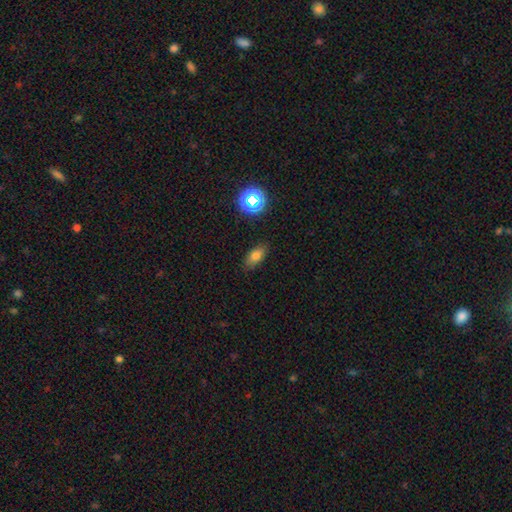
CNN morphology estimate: smooth_or_featured: smooth (p=0.75) [alt: star or artifact p=0.14]
how_rounded: in between (p=0.84) [alt: round p=0.08]
merging: none (p=0.84) [alt: minor disturbance p=0.12]